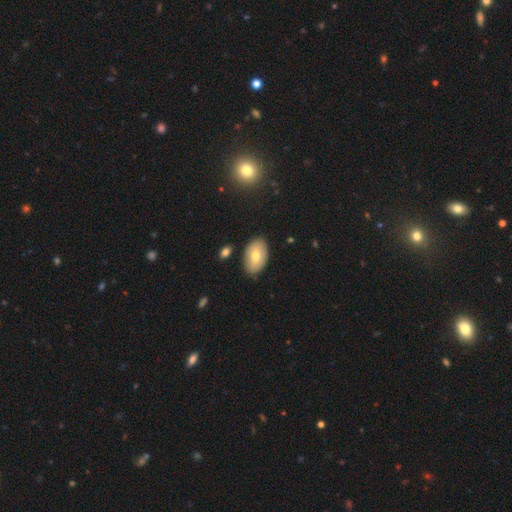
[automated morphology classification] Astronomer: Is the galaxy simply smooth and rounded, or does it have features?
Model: smooth — 68%.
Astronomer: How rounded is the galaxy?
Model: in between — 92%.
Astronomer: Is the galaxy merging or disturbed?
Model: none — 85%.